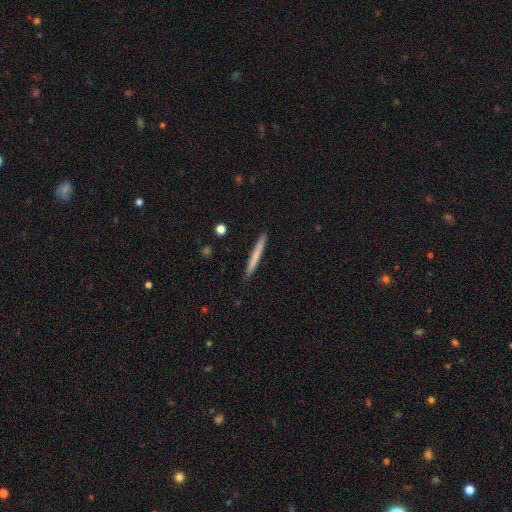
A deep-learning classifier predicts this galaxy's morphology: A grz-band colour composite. It shows a smooth galaxy with no disk features (66%) that is cigar-shaped (97%). Merging: none (91%).